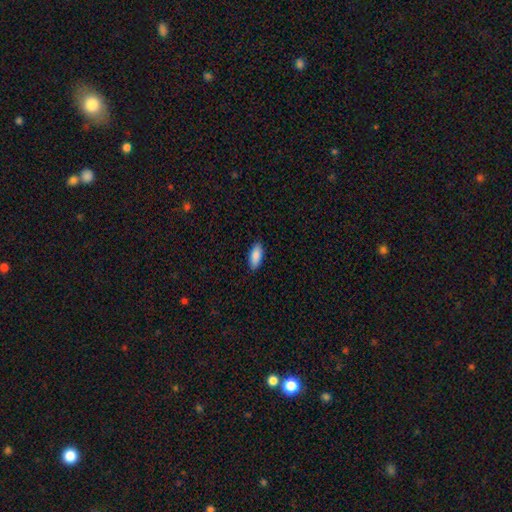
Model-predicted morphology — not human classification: Q: Smooth or featured?
A: smooth (88%); runner-up: featured or disk (6%)
Q: How rounded?
A: in between (83%); runner-up: cigar-shaped (15%)
Q: Merging?
A: none (87%); runner-up: minor disturbance (10%)